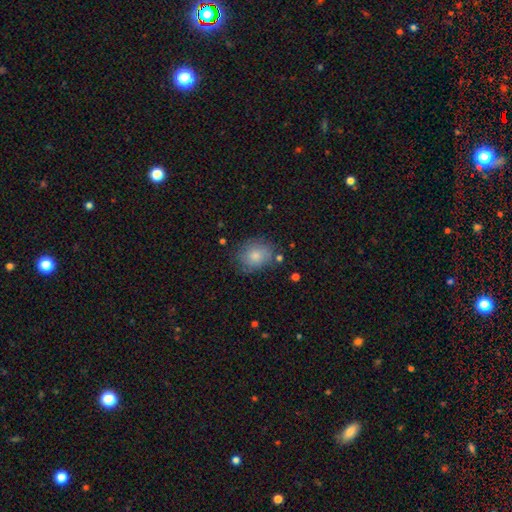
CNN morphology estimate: A smooth galaxy with no disk features (79%) that is in between round and cigar-shaped (51%). Merging: none (70%).